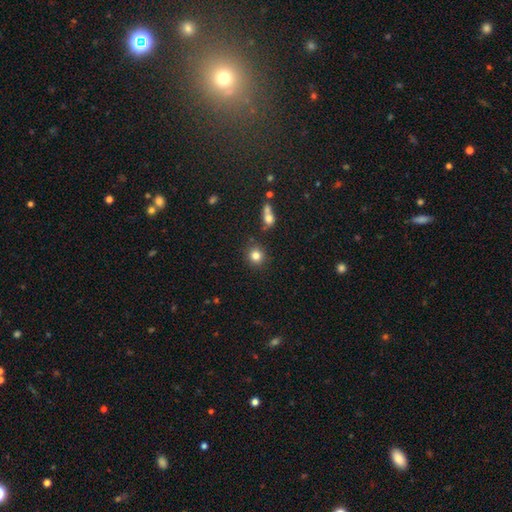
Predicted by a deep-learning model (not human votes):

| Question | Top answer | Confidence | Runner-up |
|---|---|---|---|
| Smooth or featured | smooth | 82% | star or artifact (12%) |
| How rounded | round | 90% | in between (9%) |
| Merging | none | 85% | minor disturbance (8%) |